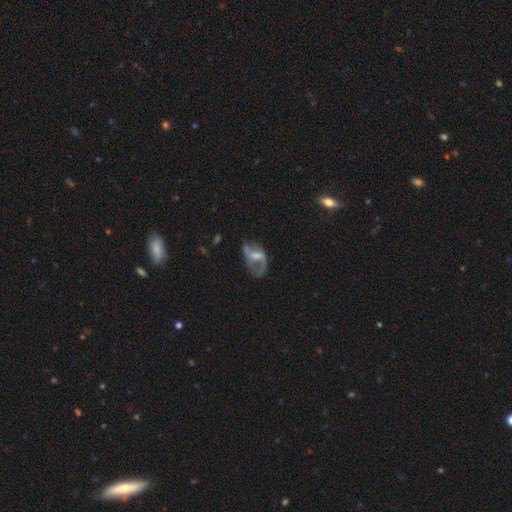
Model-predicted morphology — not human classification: featured or disk 69%, smooth 24%, star or artifact 8%. Down the decision tree: edge-on disk — no (96%); bar — weak (44%); spiral arms — yes (73%); bulge size — moderate (39%); merging — none (39%).